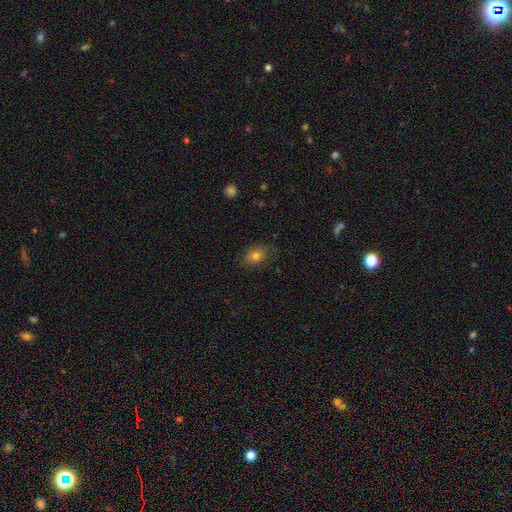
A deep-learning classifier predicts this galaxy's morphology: Smooth or featured: smooth — 75% (featured or disk — 14%)
How rounded: in between — 69% (round — 30%)
Merging: none — 74% (minor disturbance — 19%)